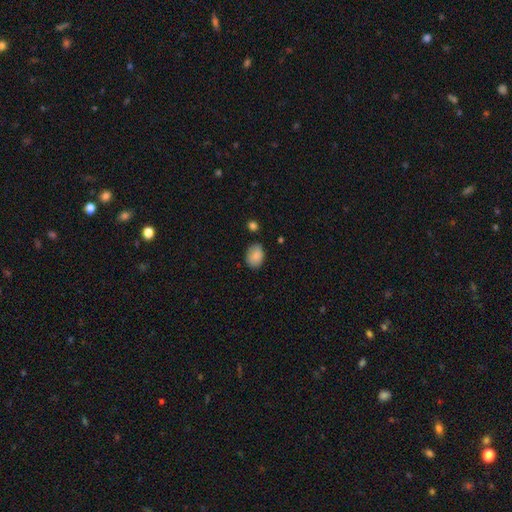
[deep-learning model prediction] Smooth or featured?
  - smooth: 88% *
  - star or artifact: 8%
  - featured or disk: 5%
How rounded?
  - in between: 77% *
  - round: 22%
  - cigar-shaped: 1%
Merging?
  - none: 73% *
  - minor disturbance: 21%
  - major disturbance: 4%
  - merger: 3%